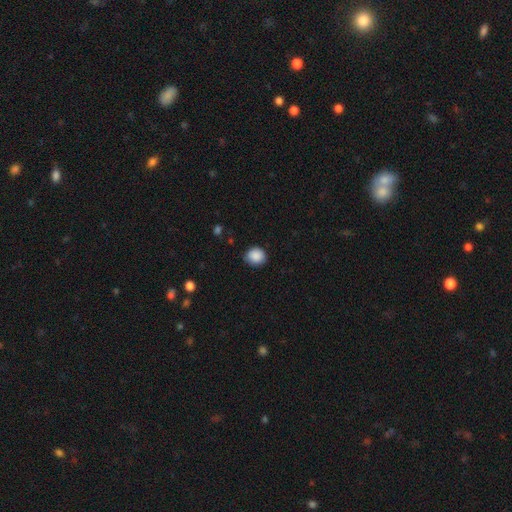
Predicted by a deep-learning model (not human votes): Smooth or featured? Predicted: smooth (p=0.88). How rounded? Predicted: round (p=0.78). Merging? Predicted: none (p=0.80).